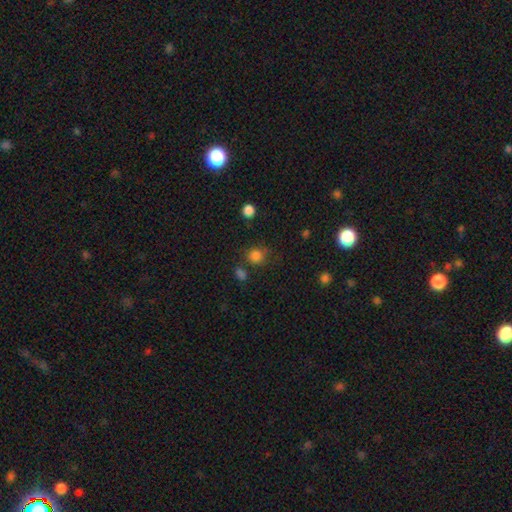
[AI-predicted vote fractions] smooth 82%, star or artifact 14%, featured or disk 5%. Down the decision tree: how rounded — round (84%); merging — none (71%).